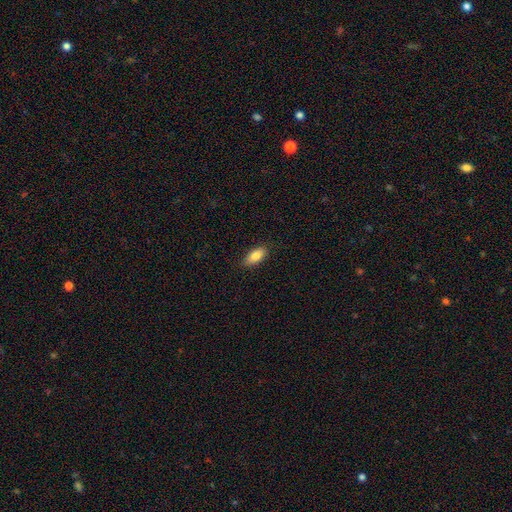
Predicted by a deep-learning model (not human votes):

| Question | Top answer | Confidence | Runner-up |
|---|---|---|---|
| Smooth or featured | smooth | 84% | featured or disk (9%) |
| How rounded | in between | 87% | cigar-shaped (10%) |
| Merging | none | 86% | minor disturbance (11%) |